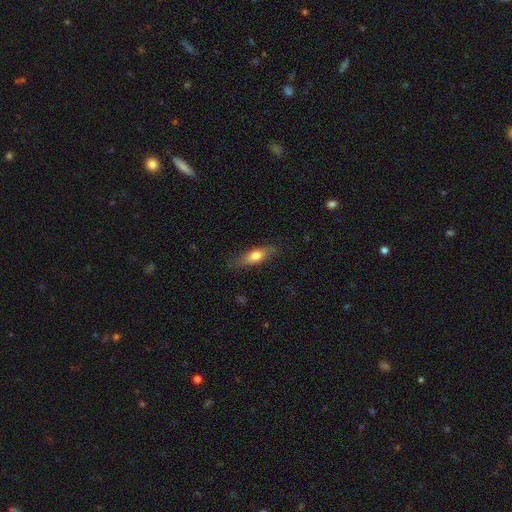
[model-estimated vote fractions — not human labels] A smooth galaxy with no disk features (68%) that is in between round and cigar-shaped (54%).

Vote fractions:
- Smooth or featured? smooth: 68% / featured or disk: 25% / star or artifact: 7%
- How rounded? in between: 54% / cigar-shaped: 43% / round: 3%
- Merging? none: 79% / minor disturbance: 16% / major disturbance: 4% / merger: 1%